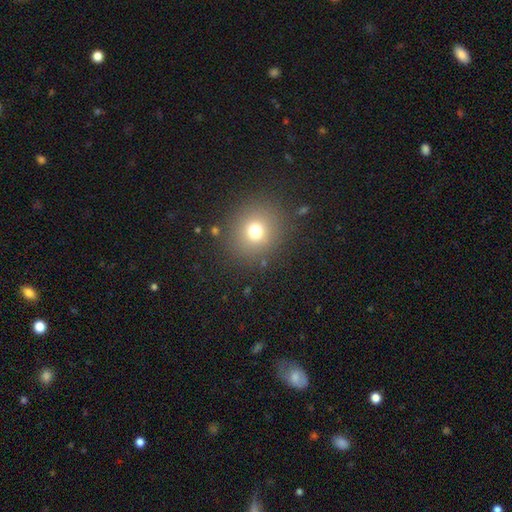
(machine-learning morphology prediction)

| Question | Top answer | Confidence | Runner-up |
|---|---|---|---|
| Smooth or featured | smooth | 62% | star or artifact (30%) |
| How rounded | round | 90% | in between (9%) |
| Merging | none | 91% | minor disturbance (5%) |